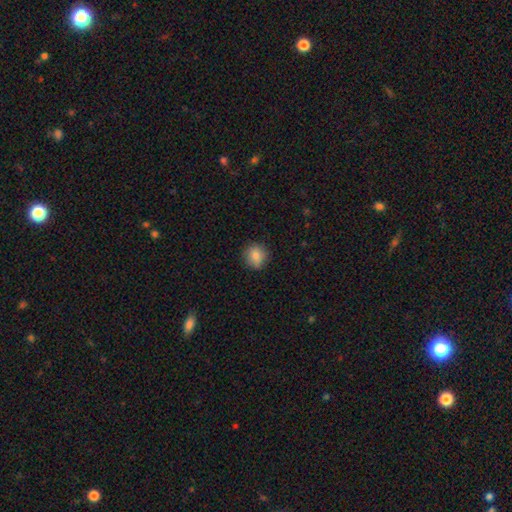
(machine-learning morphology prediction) The model was most divided on "smooth or featured": smooth: 82%, star or artifact: 9%, featured or disk: 9%. More confident: how rounded — round (89%); merging — none (86%).